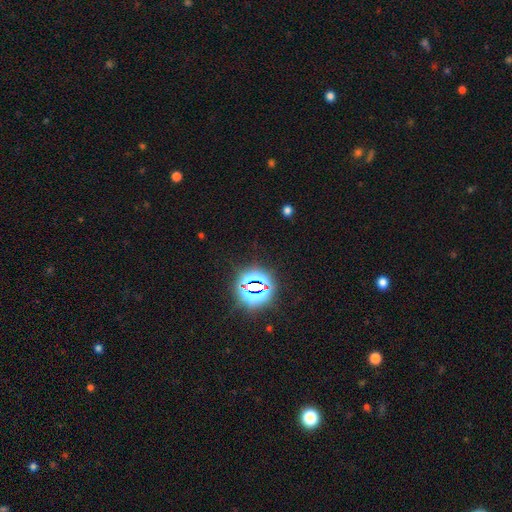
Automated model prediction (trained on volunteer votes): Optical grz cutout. It shows a star or artifact, not a galaxy (80%).